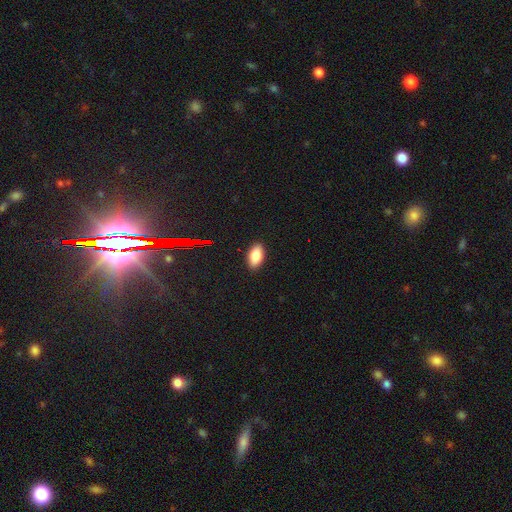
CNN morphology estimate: This appears to be a smooth galaxy with no disk features (84%) that is in between round and cigar-shaped (93%). Merging: none (90%).